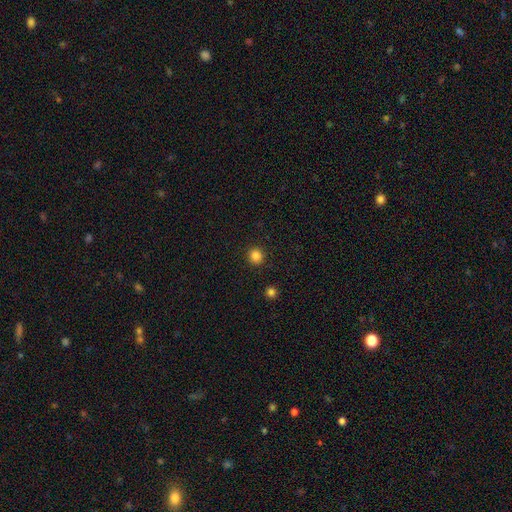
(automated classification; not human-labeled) This appears to be a smooth galaxy with no disk features (84%) that is round (93%). Merging: none (92%).